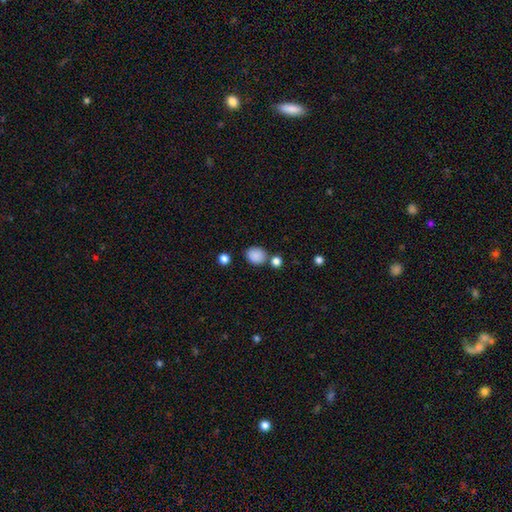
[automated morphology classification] Overall: smooth (87%). How rounded: round (60%; in between 39%). Merging: none (71%).